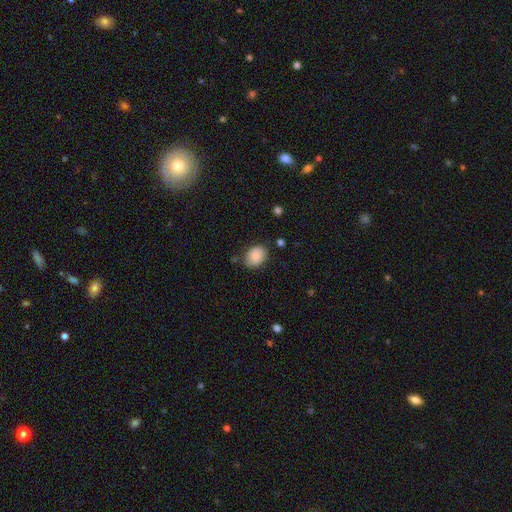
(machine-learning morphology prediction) This appears to be a smooth galaxy with no disk features (86%) that is in between round and cigar-shaped (63%). Merging: none (77%).